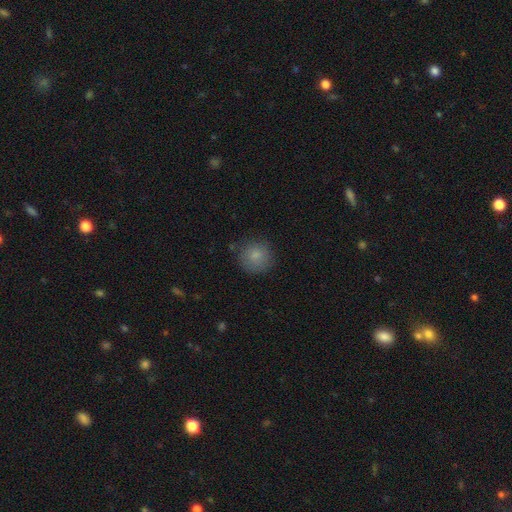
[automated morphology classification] A smooth galaxy with no disk features (84%) that is round (93%). Merging: none (81%).